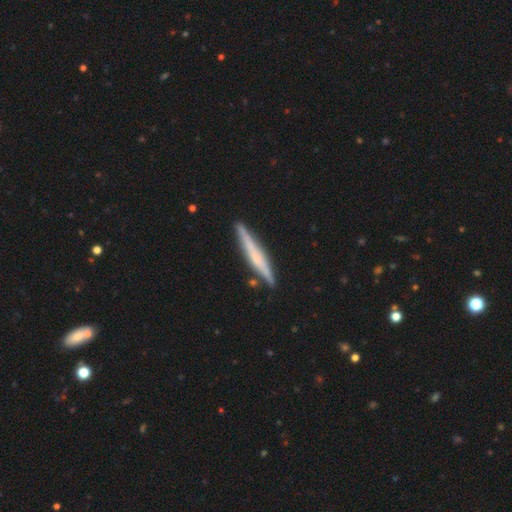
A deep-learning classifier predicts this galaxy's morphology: This appears to be a featured or disk galaxy (56%) viewed edge-on (96%) with no central bulge (46%). Merging: none (85%).